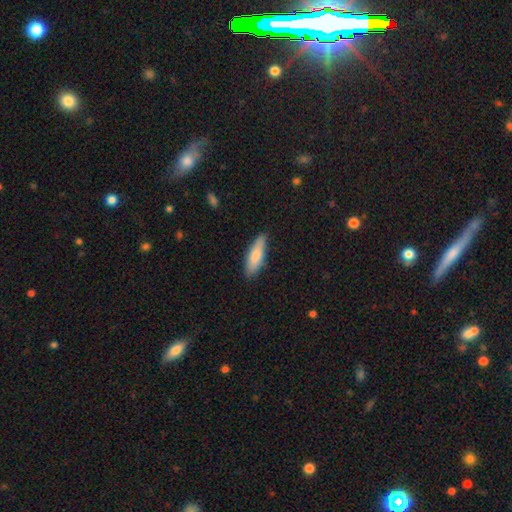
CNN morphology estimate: Smooth or featured?
  - smooth: 79% *
  - featured or disk: 16%
  - star or artifact: 6%
How rounded?
  - in between: 50% *
  - cigar-shaped: 48%
  - round: 2%
Merging?
  - none: 85% *
  - minor disturbance: 12%
  - major disturbance: 2%
  - merger: 1%